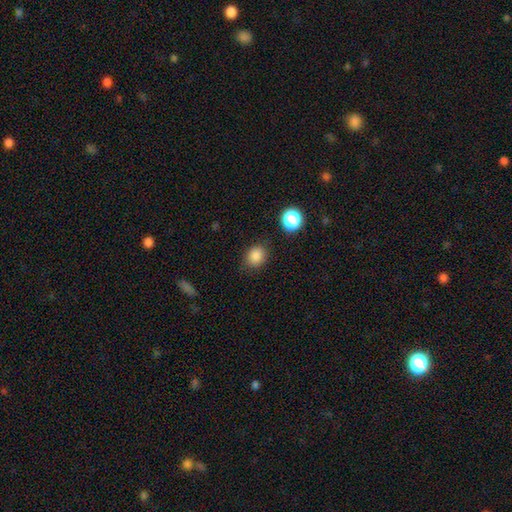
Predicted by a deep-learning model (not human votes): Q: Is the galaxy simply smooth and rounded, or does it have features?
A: smooth — 84%.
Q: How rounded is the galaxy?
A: round — 65%.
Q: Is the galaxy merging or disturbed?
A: none — 82%.